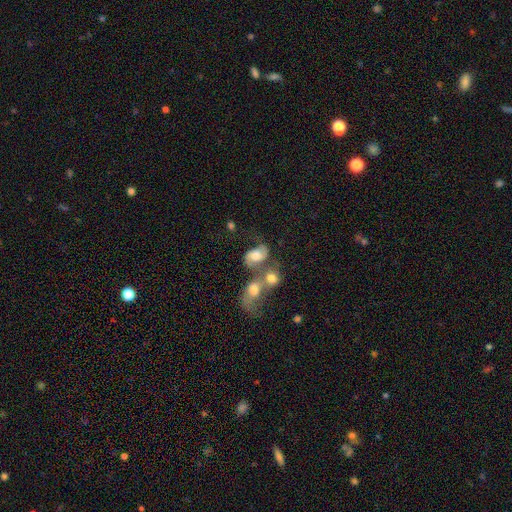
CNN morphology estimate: This is likely a featured or disk galaxy (60%). It is clearly not viewed edge-on (97%). Bar: possibly no (59%). Spiral arm pattern: clearly yes (85%). Central bulge: marginally moderate (45%). Merging: possibly merger (54%).